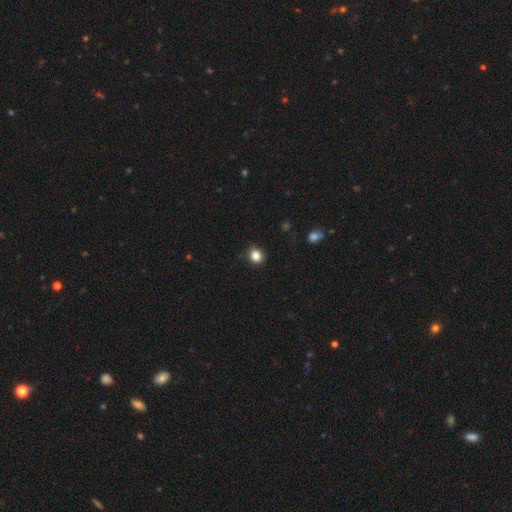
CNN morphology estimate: Overall: smooth (86%). How rounded: round (71%). Merging: none (88%).